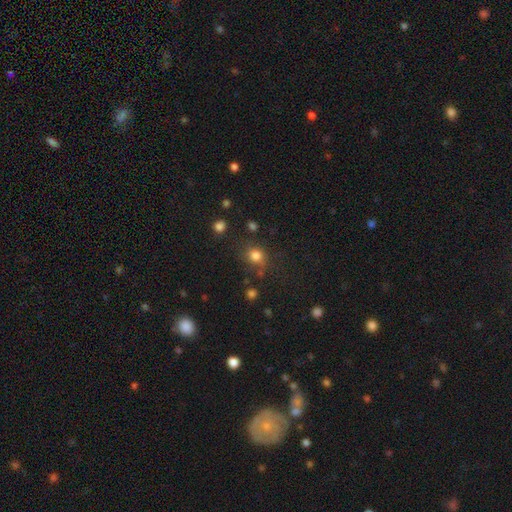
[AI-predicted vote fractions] Overall: smooth (80%). How rounded: round (76%). Merging: none (72%).